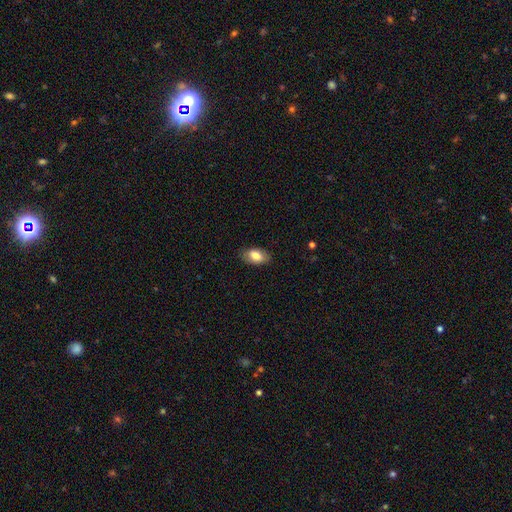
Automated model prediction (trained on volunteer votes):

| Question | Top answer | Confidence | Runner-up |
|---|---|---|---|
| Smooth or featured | smooth | 80% | featured or disk (13%) |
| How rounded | in between | 93% | round (5%) |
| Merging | none | 84% | minor disturbance (12%) |